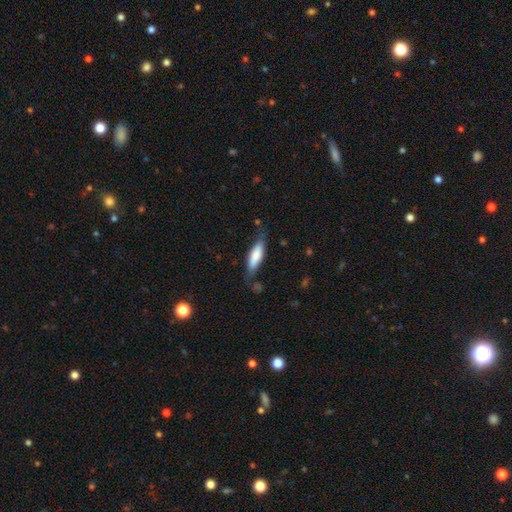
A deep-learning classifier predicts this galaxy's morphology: Smooth or featured? smooth (75%)
How rounded? cigar-shaped (51%)
Merging? none (65%)